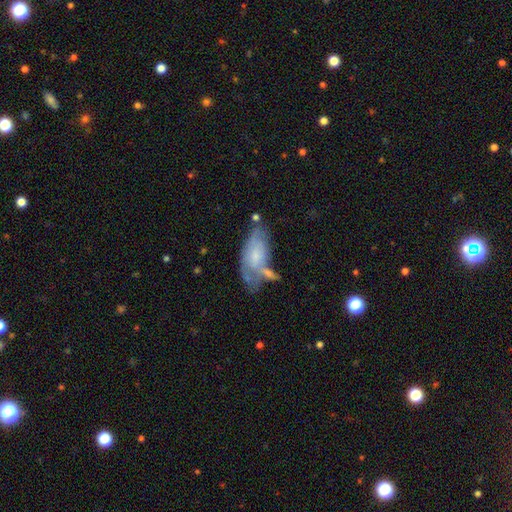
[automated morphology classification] Smooth or featured? Predicted: smooth (p=0.50). Merging? Predicted: none (p=0.32).